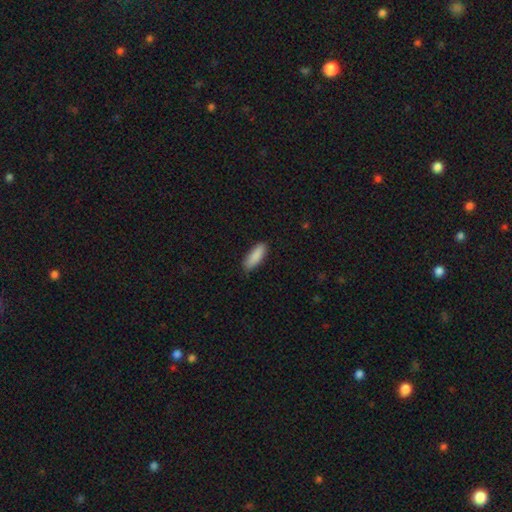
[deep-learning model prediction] Smooth or featured? smooth (89%)
How rounded? in between (59%)
Merging? none (84%)